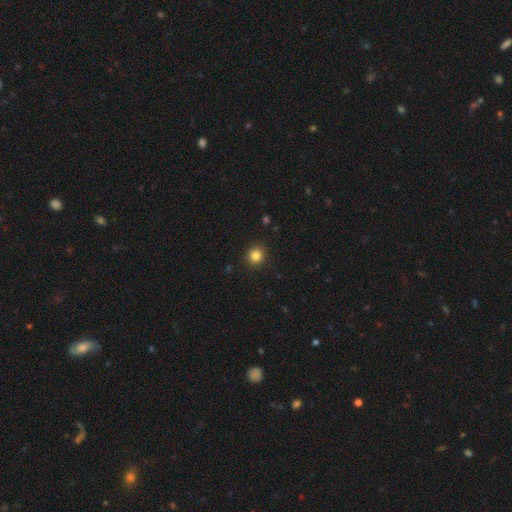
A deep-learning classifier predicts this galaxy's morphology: Overall: smooth (83%). How rounded: round (91%). Merging: none (92%).